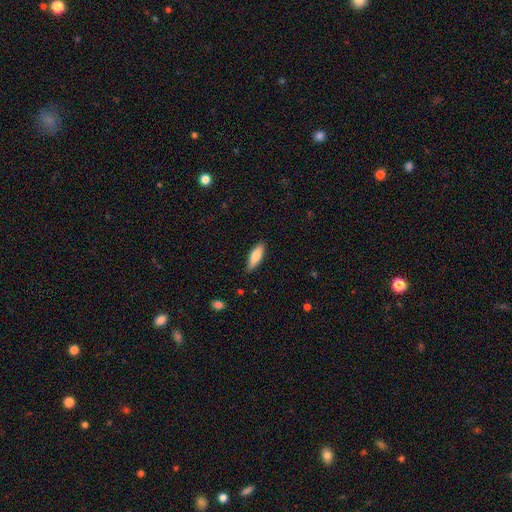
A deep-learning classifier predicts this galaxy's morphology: smooth 75%, featured or disk 19%, star or artifact 6%. Down the decision tree: how rounded — in between (55%); merging — none (85%).